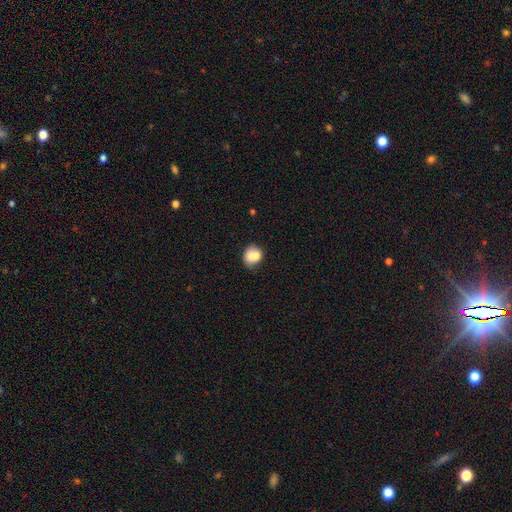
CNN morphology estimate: Smooth or featured? Predicted: smooth (p=0.74). How rounded? Predicted: round (p=0.67). Merging? Predicted: merger (p=0.39).